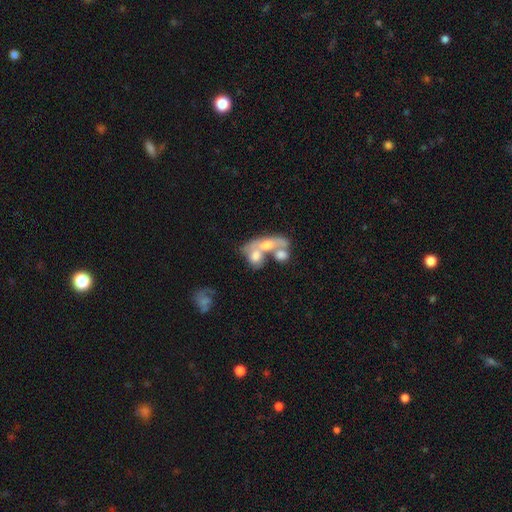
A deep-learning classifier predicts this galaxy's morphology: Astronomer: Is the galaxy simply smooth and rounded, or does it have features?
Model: smooth — 49% (runner-up: featured or disk, 41%).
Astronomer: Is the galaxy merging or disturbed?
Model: merger — 65%.